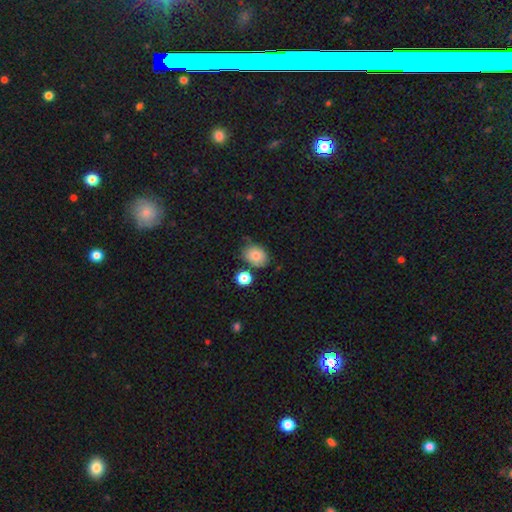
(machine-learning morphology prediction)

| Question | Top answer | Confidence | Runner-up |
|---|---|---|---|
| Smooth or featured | smooth | 80% | featured or disk (11%) |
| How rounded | in between | 58% | round (41%) |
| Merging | none | 69% | minor disturbance (16%) |